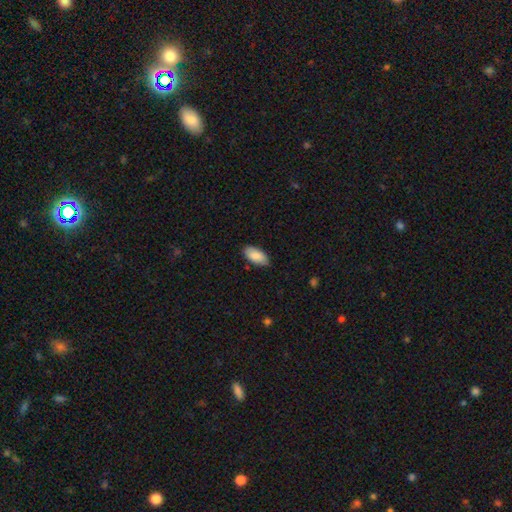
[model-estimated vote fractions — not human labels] This is clearly a smooth galaxy (87%). How rounded: clearly in between (94%). Merging: clearly none (81%).